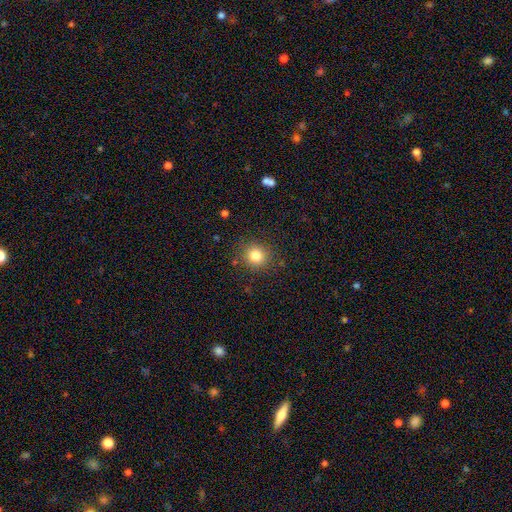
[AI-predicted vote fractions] smooth 81%, star or artifact 12%, featured or disk 6%. Down the decision tree: how rounded — round (89%); merging — none (86%).